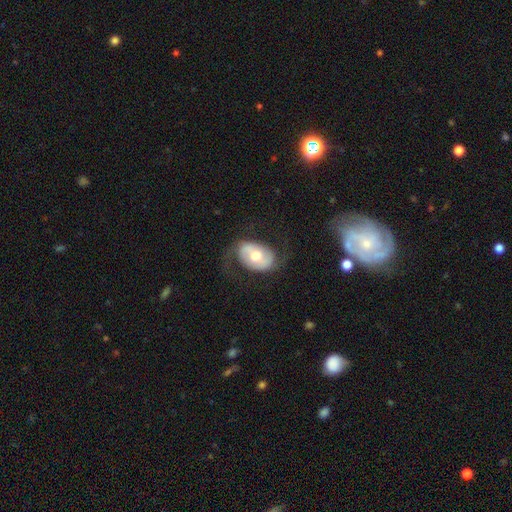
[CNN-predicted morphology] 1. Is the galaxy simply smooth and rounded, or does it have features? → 56% featured or disk, 38% smooth, 6% star or artifact.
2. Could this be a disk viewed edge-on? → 94% no, 6% yes.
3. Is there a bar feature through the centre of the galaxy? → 53% no, 29% weak, 19% strong.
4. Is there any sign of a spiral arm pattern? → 65% yes, 35% no.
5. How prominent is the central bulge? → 74% moderate, 12% small, 11% large, 2% dominant, 1% none.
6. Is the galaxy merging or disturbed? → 65% none, 18% minor disturbance, 16% major disturbance, 1% merger.